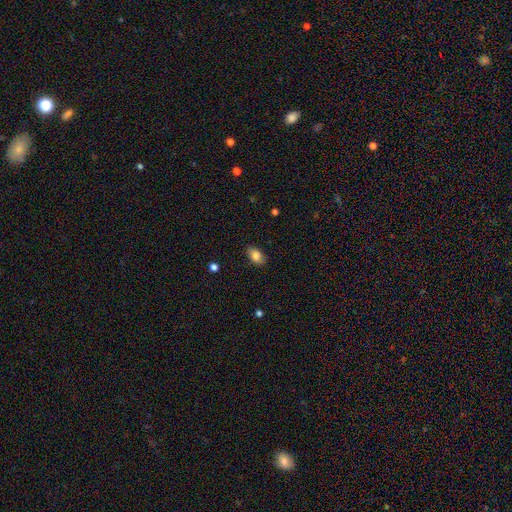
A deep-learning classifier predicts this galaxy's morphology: Overall: smooth (84%). How rounded: in between (90%). Merging: none (86%).